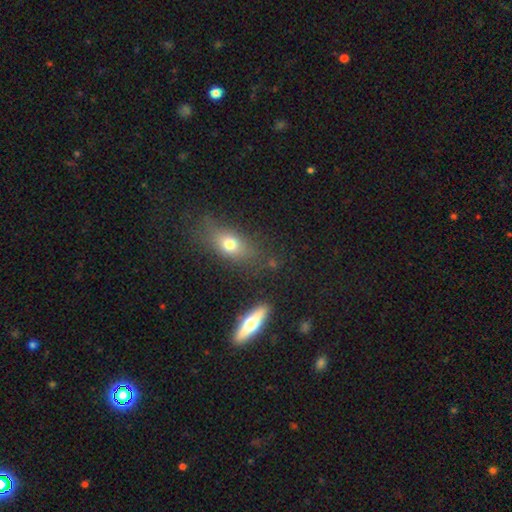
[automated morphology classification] smooth 54%, featured or disk 27%, star or artifact 19%. Down the decision tree: how rounded — in between (66%); merging — none (75%).